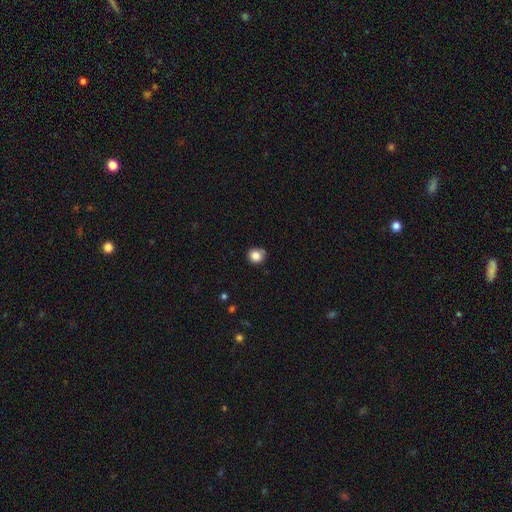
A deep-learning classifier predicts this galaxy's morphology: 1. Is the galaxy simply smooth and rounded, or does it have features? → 85% smooth, 11% star or artifact, 5% featured or disk.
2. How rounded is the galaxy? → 89% round, 10% in between, 1% cigar-shaped.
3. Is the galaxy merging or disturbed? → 79% none, 14% minor disturbance, 4% merger, 3% major disturbance.